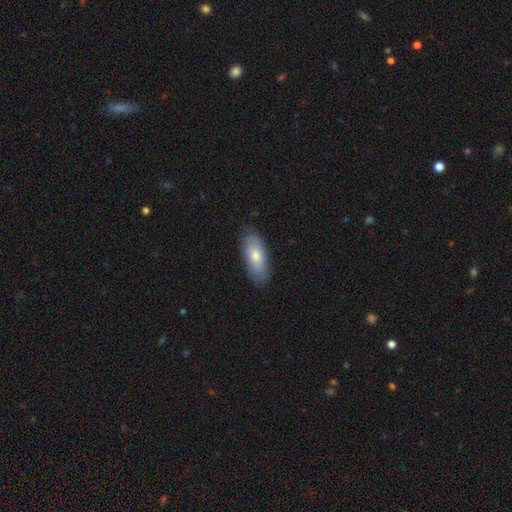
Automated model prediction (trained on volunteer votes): smooth 72%, featured or disk 22%, star or artifact 6%. Down the decision tree: how rounded — in between (81%); merging — none (82%).